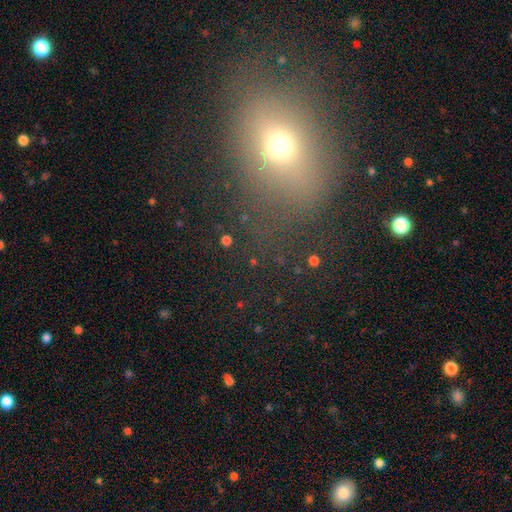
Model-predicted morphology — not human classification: The model was most divided on "how rounded": round: 49%, in between: 48%, cigar-shaped: 3%. More confident: merging — none (65%); smooth or featured — smooth (54%).